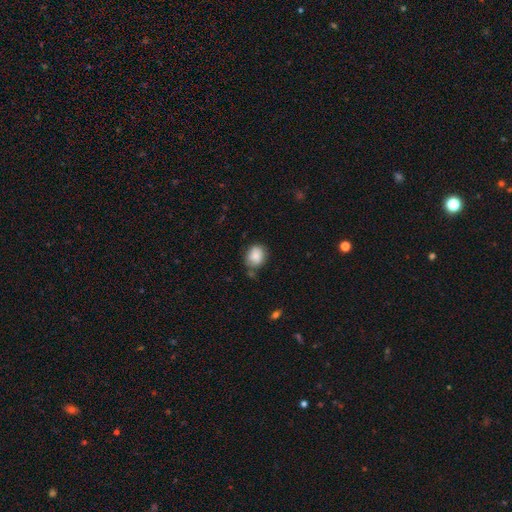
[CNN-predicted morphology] Overall: smooth (84%). How rounded: round (59%; in between 40%). Merging: none (63%; minor disturbance 25%).